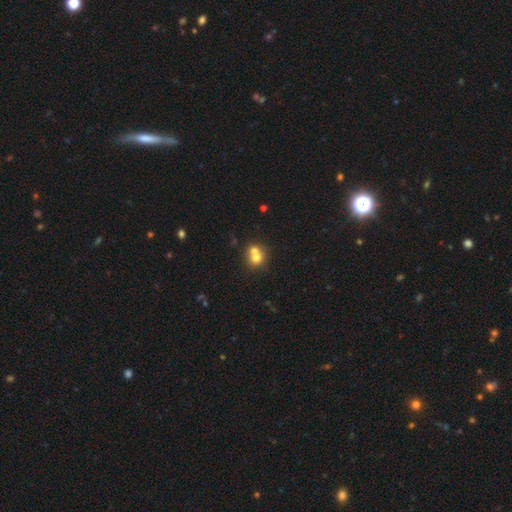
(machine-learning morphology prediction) Smooth or featured? Predicted: smooth (p=0.69). How rounded? Predicted: round (p=0.80). Merging? Predicted: merger (p=0.59).